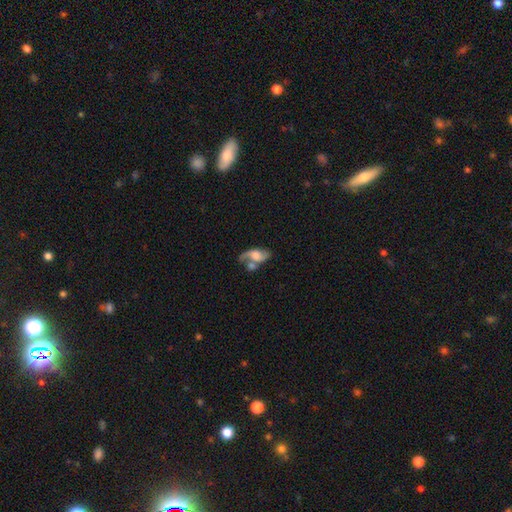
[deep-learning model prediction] Q: Smooth or featured?
A: featured or disk (64%); runner-up: smooth (28%)
Q: Edge-on disk?
A: no (94%); runner-up: yes (6%)
Q: Bar?
A: no (61%); runner-up: weak (31%)
Q: Spiral arms?
A: yes (85%); runner-up: no (15%)
Q: Spiral winding?
A: loose (71%); runner-up: medium (23%)
Q: Spiral arm count?
A: 2 (76%); runner-up: 1 (16%)
Q: Bulge size?
A: large (29%); runner-up: moderate (28%)
Q: Merging?
A: merger (42%); runner-up: none (29%)